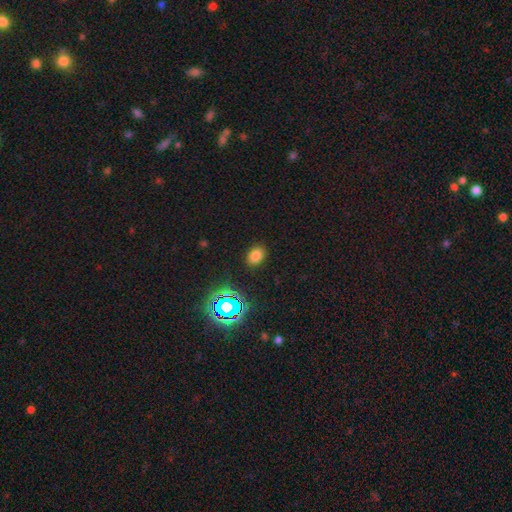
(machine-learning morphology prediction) smooth_or_featured: smooth (p=0.75) [alt: star or artifact p=0.19]
how_rounded: in between (p=0.69) [alt: round p=0.30]
merging: none (p=0.87) [alt: minor disturbance p=0.09]